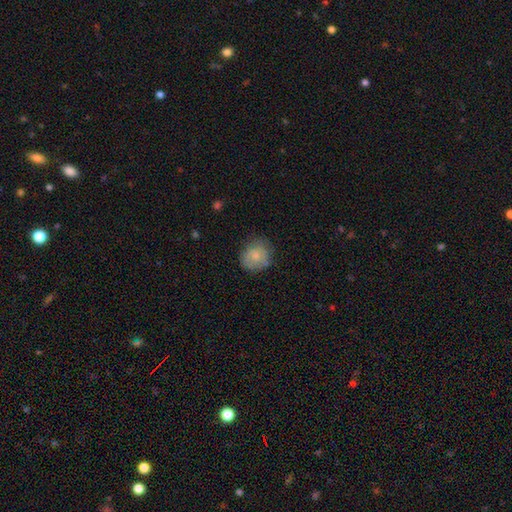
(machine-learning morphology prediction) Q: Smooth or featured?
A: smooth (71%); runner-up: featured or disk (21%)
Q: How rounded?
A: round (78%); runner-up: in between (21%)
Q: Merging?
A: none (68%); runner-up: minor disturbance (23%)